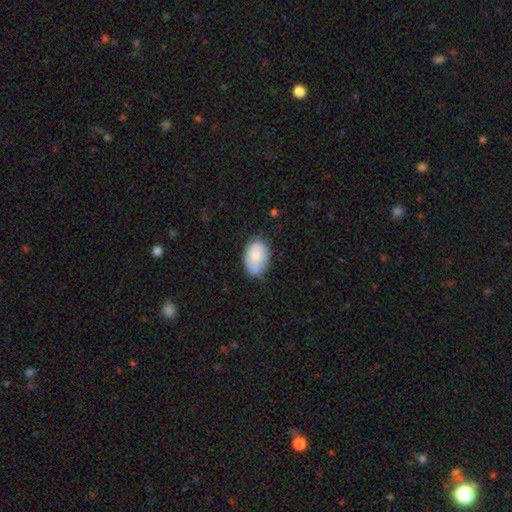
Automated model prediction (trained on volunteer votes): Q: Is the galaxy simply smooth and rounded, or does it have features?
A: smooth — 83%.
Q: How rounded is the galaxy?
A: in between — 88%.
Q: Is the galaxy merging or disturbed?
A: none — 66%.